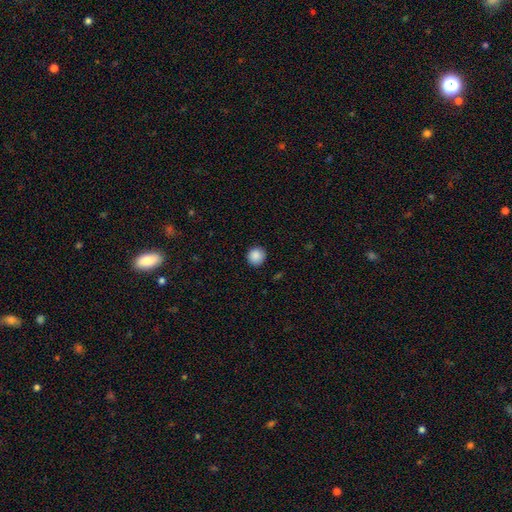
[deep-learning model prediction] Smooth or featured? smooth (89%)
How rounded? round (95%)
Merging? none (92%)